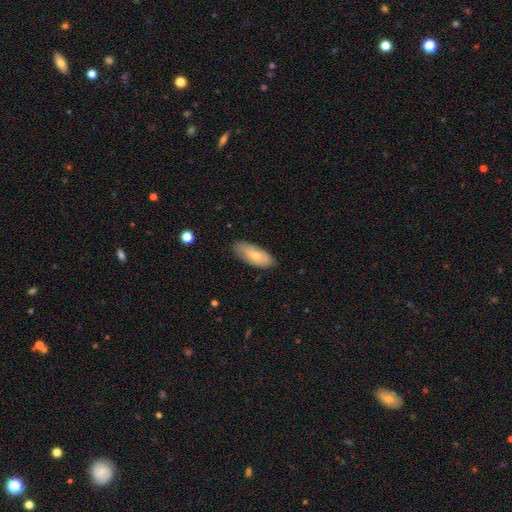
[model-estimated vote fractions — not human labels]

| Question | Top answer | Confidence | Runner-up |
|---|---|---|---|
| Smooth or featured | smooth | 68% | featured or disk (26%) |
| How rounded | in between | 82% | cigar-shaped (15%) |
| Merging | none | 77% | minor disturbance (19%) |